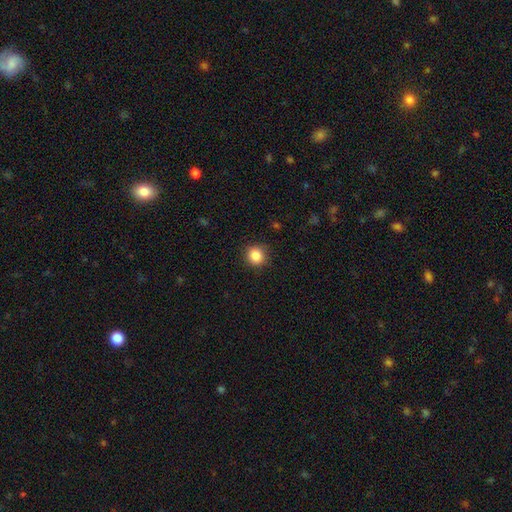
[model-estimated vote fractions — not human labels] Smooth or featured: smooth — 86% (star or artifact — 10%)
How rounded: round — 91% (in between — 9%)
Merging: none — 90% (minor disturbance — 7%)